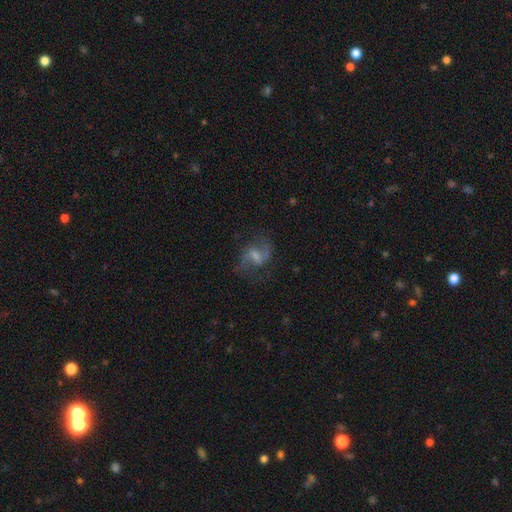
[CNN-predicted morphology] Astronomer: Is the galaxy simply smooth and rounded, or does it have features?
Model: featured or disk — 72%.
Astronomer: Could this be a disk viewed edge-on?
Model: no — 97%.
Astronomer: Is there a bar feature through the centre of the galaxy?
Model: weak — 55%.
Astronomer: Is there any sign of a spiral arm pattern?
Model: yes — 89%.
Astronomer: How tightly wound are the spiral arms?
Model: loose — 55% (runner-up: medium, 38%).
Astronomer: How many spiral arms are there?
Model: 2 — 86%.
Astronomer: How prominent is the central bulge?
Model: small — 37% (runner-up: moderate, 33%).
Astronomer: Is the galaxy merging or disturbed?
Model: none — 65%.